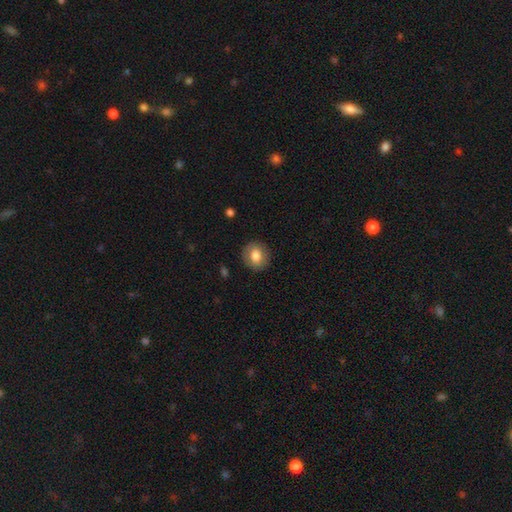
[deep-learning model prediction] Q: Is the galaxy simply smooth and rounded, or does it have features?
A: smooth — 77%.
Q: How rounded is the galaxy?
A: round — 76%.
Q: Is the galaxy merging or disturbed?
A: none — 87%.